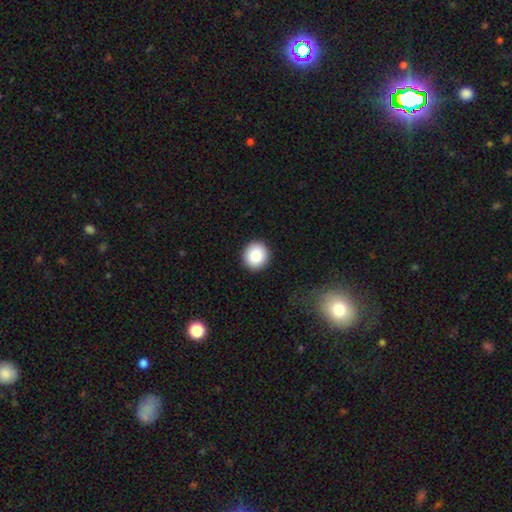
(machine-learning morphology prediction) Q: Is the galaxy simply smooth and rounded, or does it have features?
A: smooth — 84%.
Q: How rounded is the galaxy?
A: round — 90%.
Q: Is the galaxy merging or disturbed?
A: none — 92%.